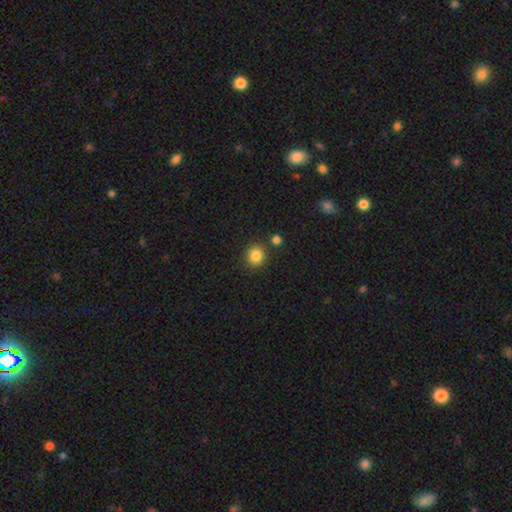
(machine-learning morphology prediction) Q: Smooth or featured?
A: smooth (84%); runner-up: star or artifact (11%)
Q: How rounded?
A: round (85%); runner-up: in between (14%)
Q: Merging?
A: none (82%); runner-up: minor disturbance (8%)